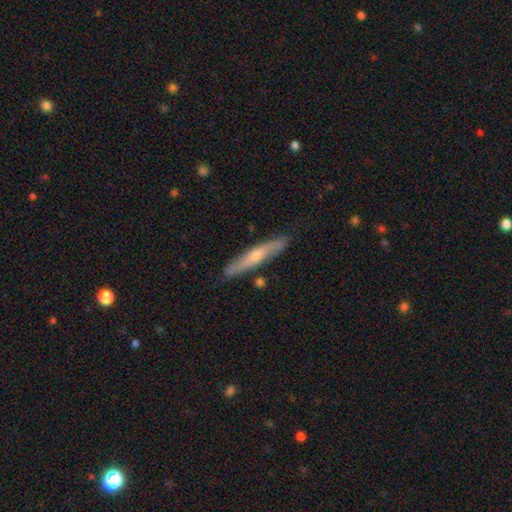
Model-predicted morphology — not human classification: Smooth or featured?
  - featured or disk: 50% *
  - smooth: 44%
  - star or artifact: 6%
Edge-on disk?
  - yes: 82% *
  - no: 18%
Merging?
  - none: 83% *
  - minor disturbance: 13%
  - merger: 2%
  - major disturbance: 2%